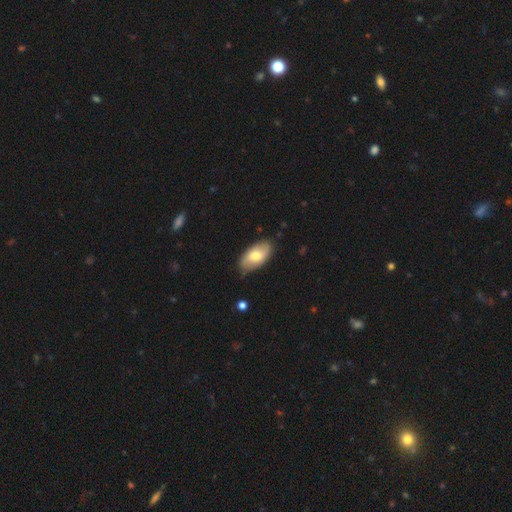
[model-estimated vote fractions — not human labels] The model was most divided on "smooth or featured": smooth: 70%, featured or disk: 25%, star or artifact: 6%. More confident: how rounded — in between (95%); merging — none (81%).